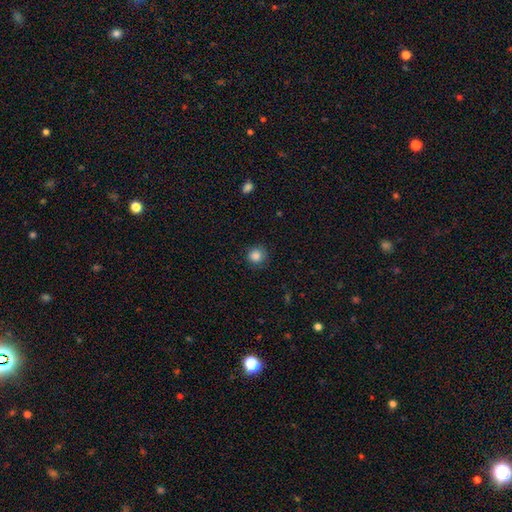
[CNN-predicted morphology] Smooth or featured: smooth — 85% (star or artifact — 10%)
How rounded: round — 92% (in between — 7%)
Merging: none — 81% (minor disturbance — 14%)